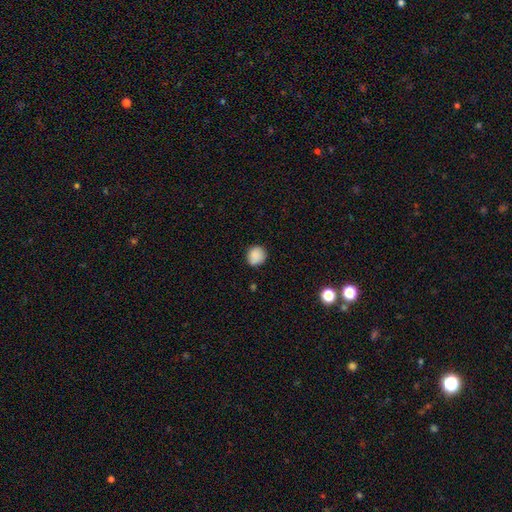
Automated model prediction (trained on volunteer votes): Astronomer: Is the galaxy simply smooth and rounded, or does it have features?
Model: smooth — 88%.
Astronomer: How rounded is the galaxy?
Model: round — 83%.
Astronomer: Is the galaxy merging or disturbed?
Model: none — 84%.